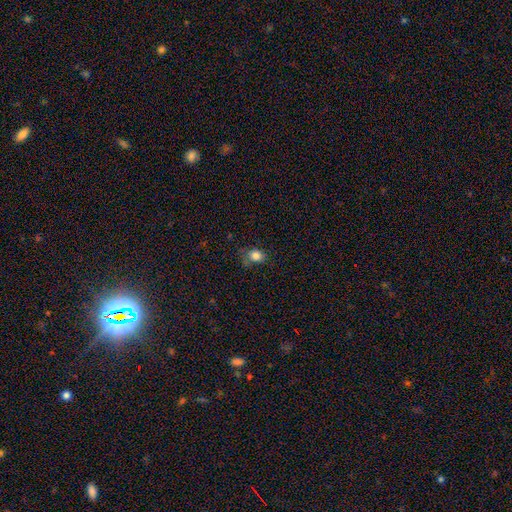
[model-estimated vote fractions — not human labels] smooth 82%, star or artifact 12%, featured or disk 6%. Down the decision tree: how rounded — round (58%); merging — none (63%).